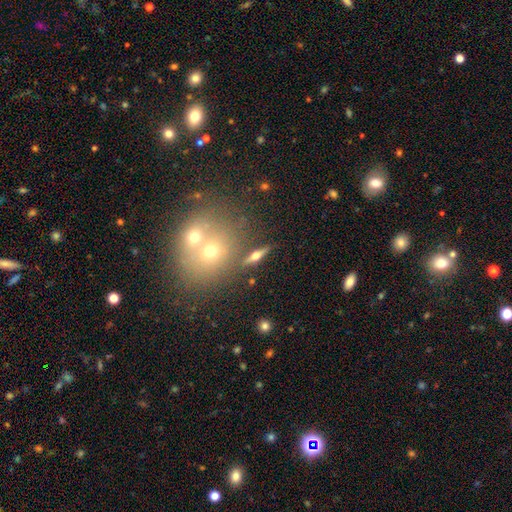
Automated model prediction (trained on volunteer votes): featured or disk 60%, smooth 29%, star or artifact 11%. Down the decision tree: edge-on disk — yes (89%); edge-on bulge — rounded (95%); merging — none (79%).